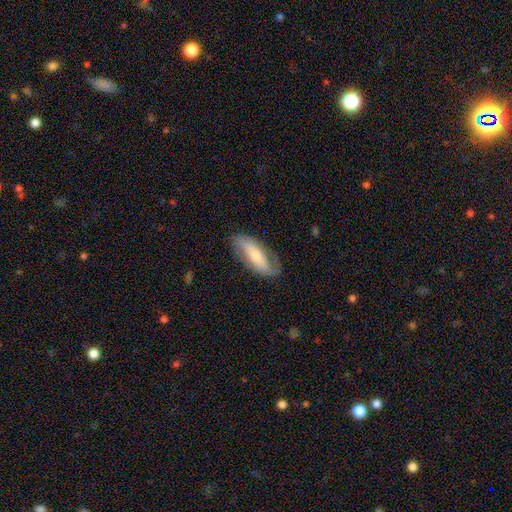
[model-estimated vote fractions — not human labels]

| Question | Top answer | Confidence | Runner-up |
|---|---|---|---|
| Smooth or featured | featured or disk | 56% | smooth (38%) |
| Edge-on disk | no | 81% | yes (19%) |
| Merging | none | 75% | minor disturbance (18%) |